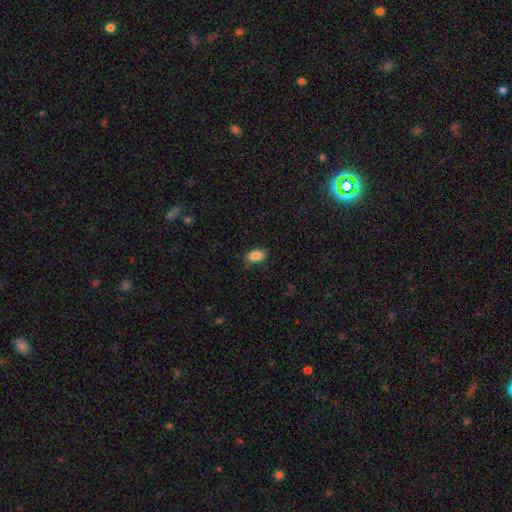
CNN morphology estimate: A smooth galaxy with no disk features (86%) that is in between round and cigar-shaped (90%).

Vote fractions:
- Smooth or featured? smooth: 86% / star or artifact: 8% / featured or disk: 6%
- How rounded? in between: 90% / round: 7% / cigar-shaped: 3%
- Merging? none: 80% / minor disturbance: 16% / major disturbance: 3% / merger: 1%